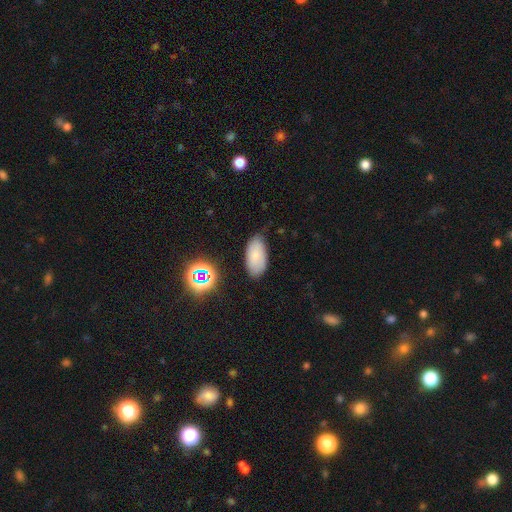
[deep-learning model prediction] smooth 78%, star or artifact 11%, featured or disk 11%. Down the decision tree: how rounded — in between (94%); merging — none (72%).